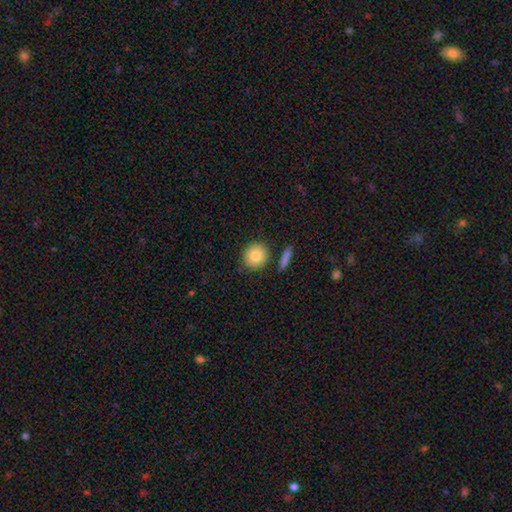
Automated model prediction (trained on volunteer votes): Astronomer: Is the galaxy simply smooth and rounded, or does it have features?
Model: smooth — 84%.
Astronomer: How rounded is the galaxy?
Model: round — 85%.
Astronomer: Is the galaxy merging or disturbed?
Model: none — 82%.